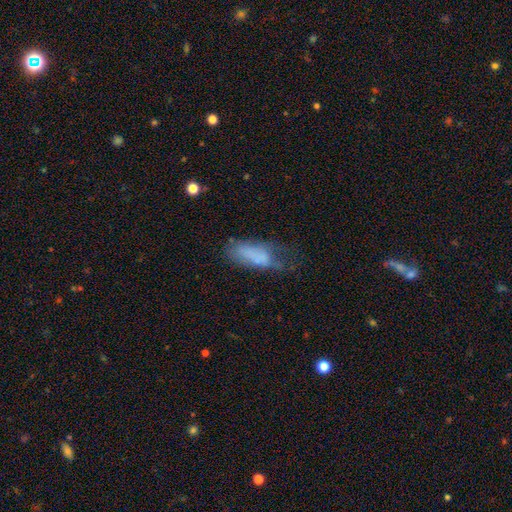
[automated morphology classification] A smooth galaxy with no disk features (64%) that is in between round and cigar-shaped (78%). Merging: major disturbance (36%).